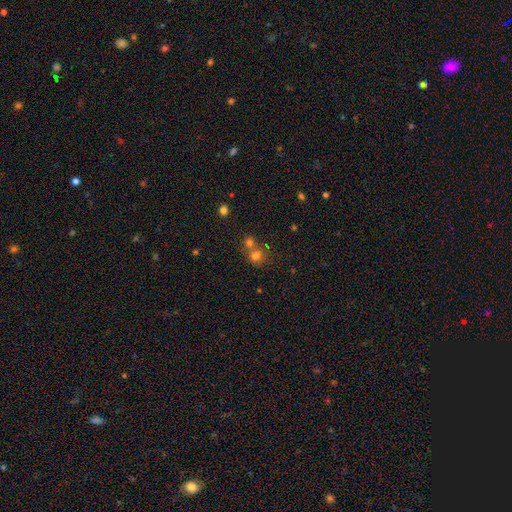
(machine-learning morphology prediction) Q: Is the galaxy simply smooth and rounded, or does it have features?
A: smooth — 71%.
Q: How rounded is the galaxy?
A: round — 80%.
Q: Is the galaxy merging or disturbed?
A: merger — 46%.